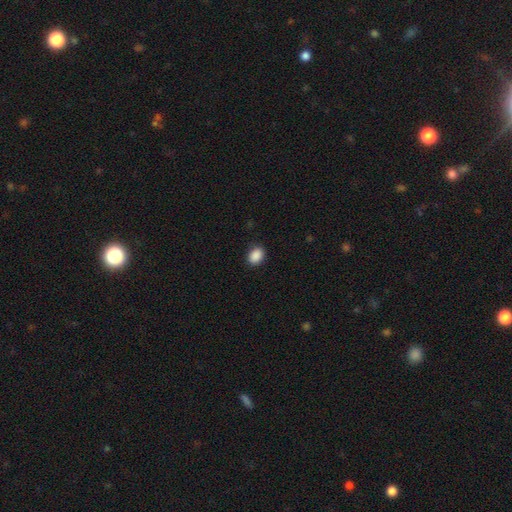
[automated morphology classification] This appears to be a smooth galaxy with no disk features (89%) that is in between round and cigar-shaped (68%). Merging: none (88%).